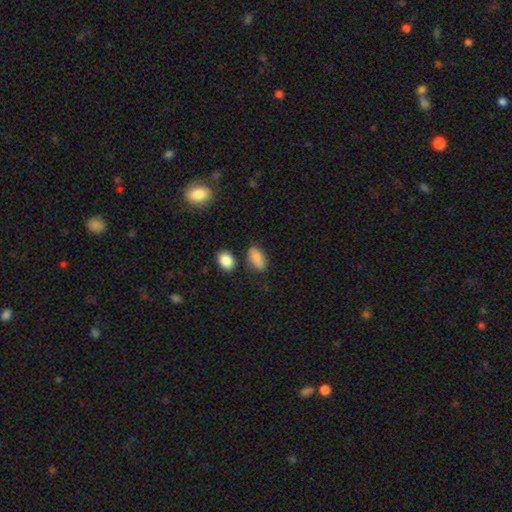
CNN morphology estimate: Overall: smooth (86%). How rounded: in between (92%). Merging: none (77%).